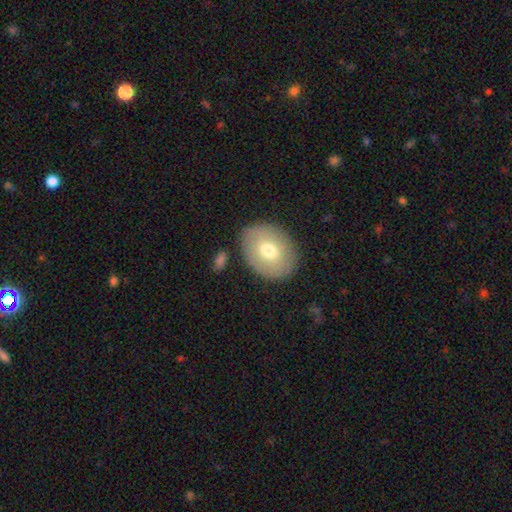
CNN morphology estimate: This is possibly a smooth galaxy (52%). How rounded: possibly round (52%). Merging: clearly none (85%).